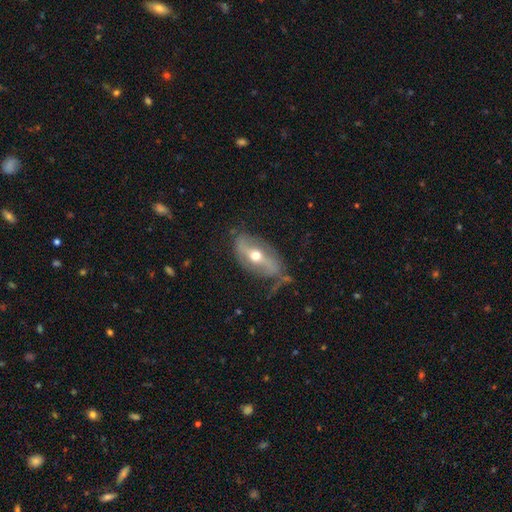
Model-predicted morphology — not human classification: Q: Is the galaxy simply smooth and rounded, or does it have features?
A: featured or disk — 69%.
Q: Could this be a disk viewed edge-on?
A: no — 79%.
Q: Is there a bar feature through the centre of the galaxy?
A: strong — 49%.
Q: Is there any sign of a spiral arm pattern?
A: yes — 53%.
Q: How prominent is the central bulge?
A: moderate — 78%.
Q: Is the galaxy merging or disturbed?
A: none — 58%.